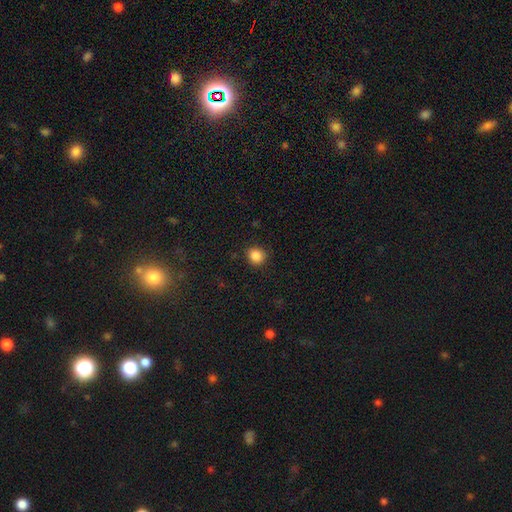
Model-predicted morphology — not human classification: Overall: smooth (86%). How rounded: round (86%). Merging: none (89%).